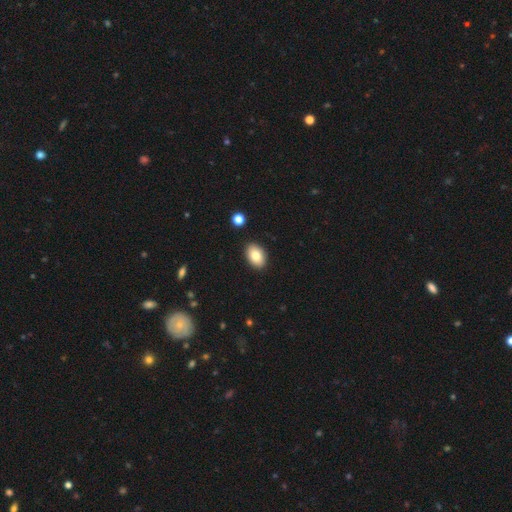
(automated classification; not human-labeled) This appears to be a smooth galaxy with no disk features (83%) that is in between round and cigar-shaped (89%). Merging: none (89%).